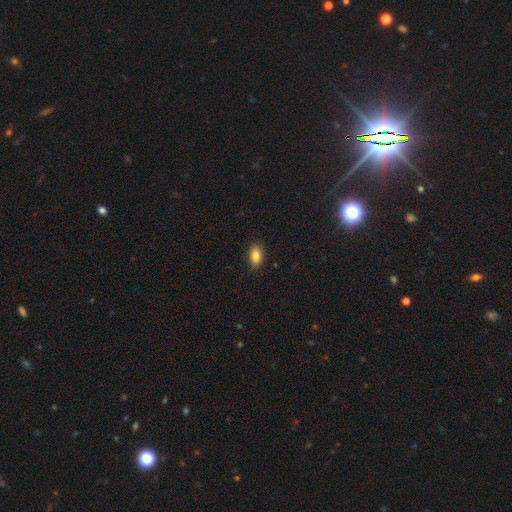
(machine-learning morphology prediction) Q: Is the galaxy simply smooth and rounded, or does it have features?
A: smooth — 84%.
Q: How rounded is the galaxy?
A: in between — 90%.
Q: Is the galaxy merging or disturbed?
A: none — 88%.